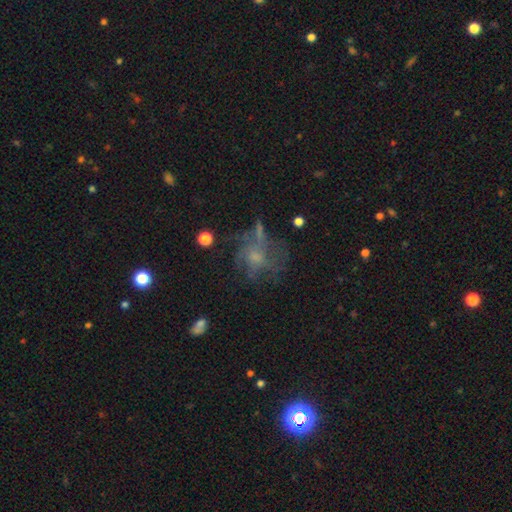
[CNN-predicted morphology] Smooth or featured?
  - featured or disk: 56% *
  - smooth: 26%
  - star or artifact: 18%
Edge-on disk?
  - no: 97% *
  - yes: 3%
Bar?
  - no: 80% *
  - weak: 17%
  - strong: 3%
Spiral arms?
  - yes: 55% *
  - no: 45%
Bulge size?
  - small: 44% *
  - moderate: 33%
  - none: 17%
  - large: 4%
  - dominant: 1%
Merging?
  - none: 49% *
  - major disturbance: 27%
  - minor disturbance: 19%
  - merger: 5%